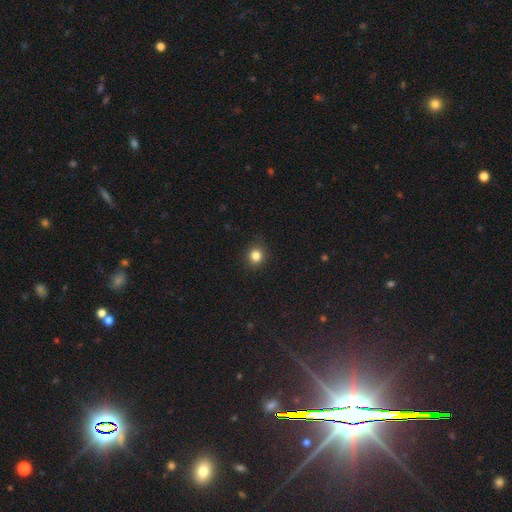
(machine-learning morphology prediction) Q: Smooth or featured?
A: smooth (83%); runner-up: star or artifact (13%)
Q: How rounded?
A: round (86%); runner-up: in between (13%)
Q: Merging?
A: none (88%); runner-up: minor disturbance (9%)